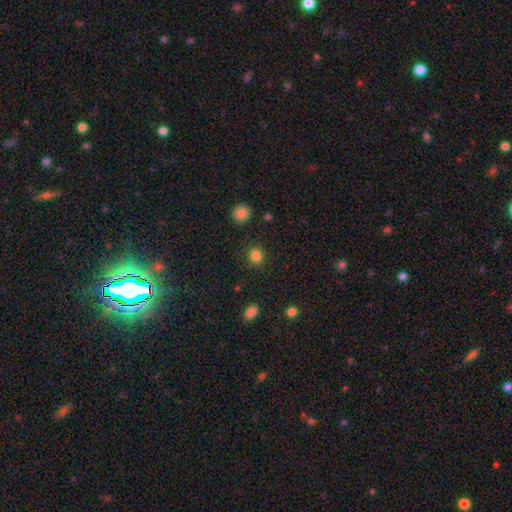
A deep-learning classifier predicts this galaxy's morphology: The model was most divided on "smooth or featured": smooth: 84%, star or artifact: 12%, featured or disk: 4%. More confident: how rounded — round (88%); merging — none (88%).